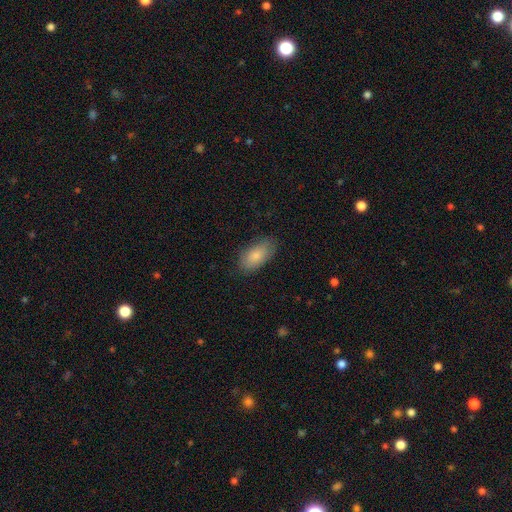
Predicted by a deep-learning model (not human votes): Smooth or featured? Predicted: smooth (p=0.84). How rounded? Predicted: in between (p=0.92). Merging? Predicted: none (p=0.81).